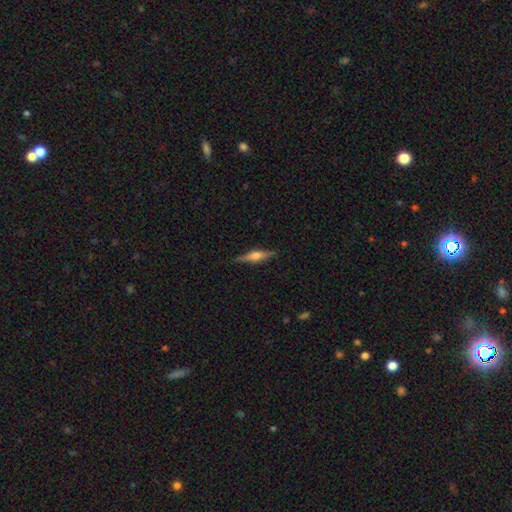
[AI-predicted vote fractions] Smooth or featured? Predicted: featured or disk (p=0.65). Edge-on disk? Predicted: yes (p=0.97). Edge-on bulge? Predicted: rounded (p=0.81). Merging? Predicted: none (p=0.88).